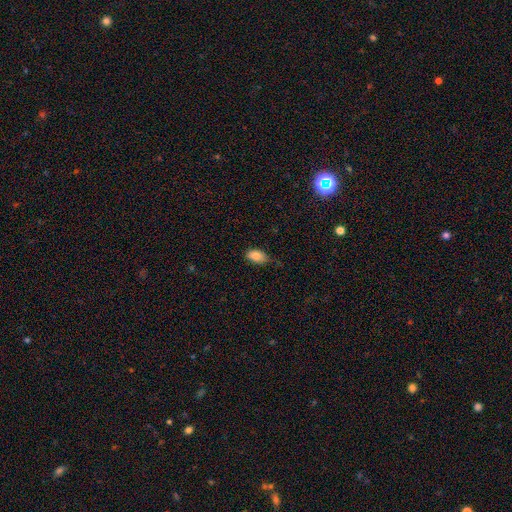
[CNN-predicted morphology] smooth-or-featured: smooth: 84% | star or artifact: 8% | featured or disk: 8%
  how-rounded: in between: 91% | round: 7% | cigar-shaped: 2%
  merging: none: 62% | minor disturbance: 30% | major disturbance: 5% | merger: 2%